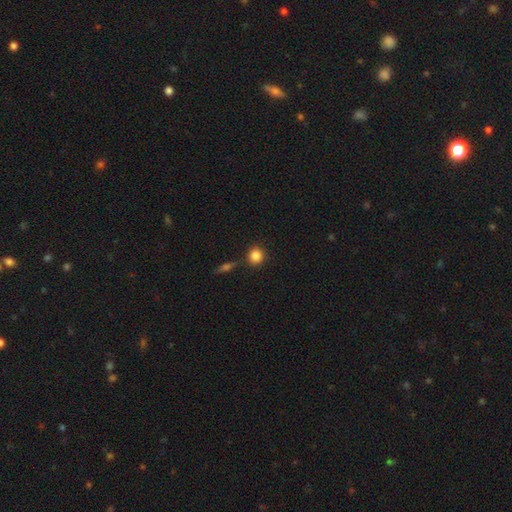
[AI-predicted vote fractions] smooth 84%, star or artifact 10%, featured or disk 6%. Down the decision tree: how rounded — round (87%); merging — none (80%).